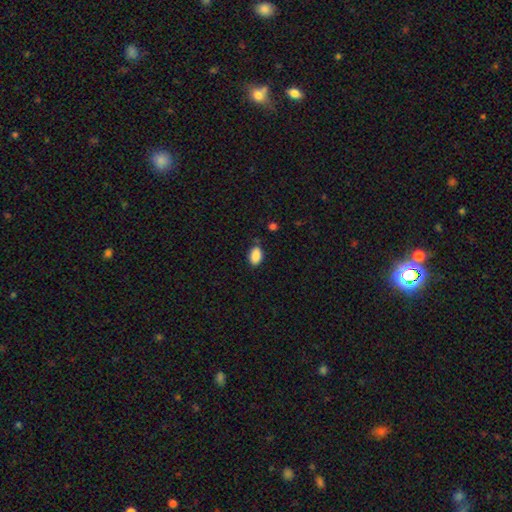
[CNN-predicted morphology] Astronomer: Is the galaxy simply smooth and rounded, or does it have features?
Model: smooth — 88%.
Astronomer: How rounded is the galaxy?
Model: in between — 90%.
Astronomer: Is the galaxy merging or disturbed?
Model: none — 75%.